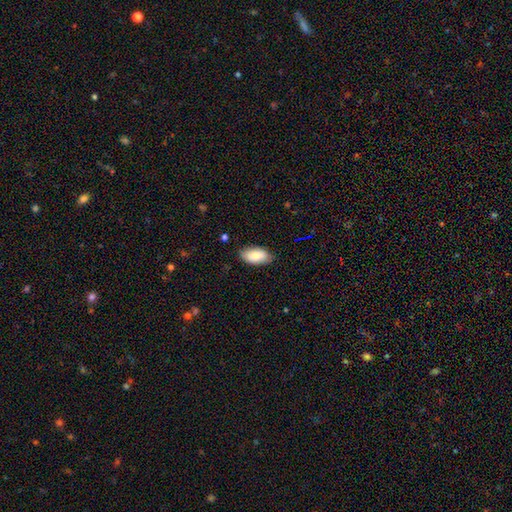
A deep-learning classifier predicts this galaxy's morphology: This appears to be a smooth galaxy with no disk features (83%) that is in between round and cigar-shaped (94%). Merging: none (82%).